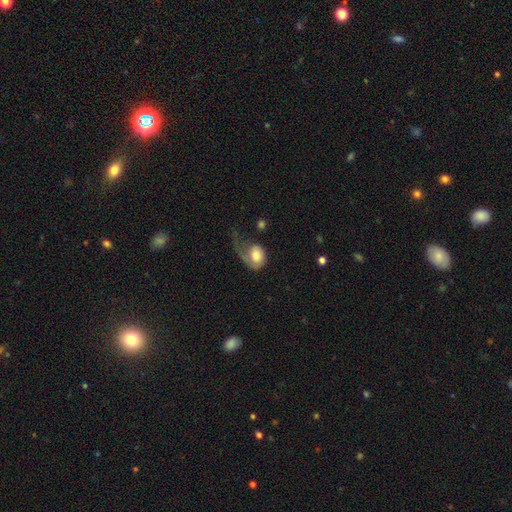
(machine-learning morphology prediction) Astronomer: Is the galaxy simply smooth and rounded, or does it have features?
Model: smooth — 57% (runner-up: featured or disk, 37%).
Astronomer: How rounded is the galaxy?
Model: in between — 59% (runner-up: round, 39%).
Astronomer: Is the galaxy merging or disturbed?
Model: major disturbance — 61%.